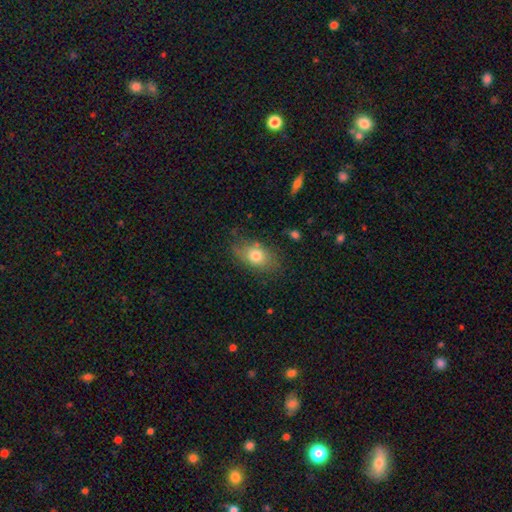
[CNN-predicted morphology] smooth 75%, featured or disk 16%, star or artifact 9%. Down the decision tree: how rounded — in between (81%); merging — none (71%).